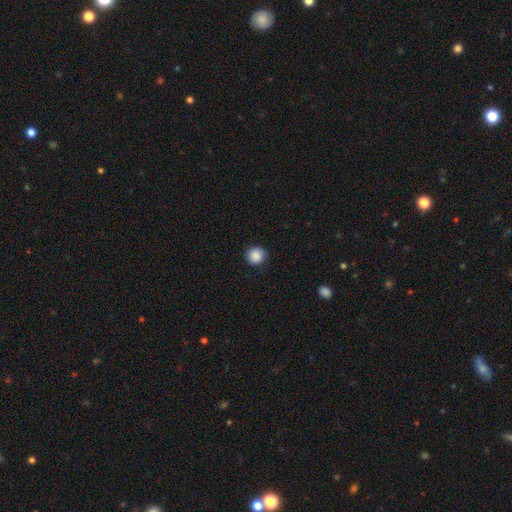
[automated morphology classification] Q: Smooth or featured?
A: smooth (87%); runner-up: star or artifact (9%)
Q: How rounded?
A: round (92%); runner-up: in between (8%)
Q: Merging?
A: none (85%); runner-up: minor disturbance (12%)